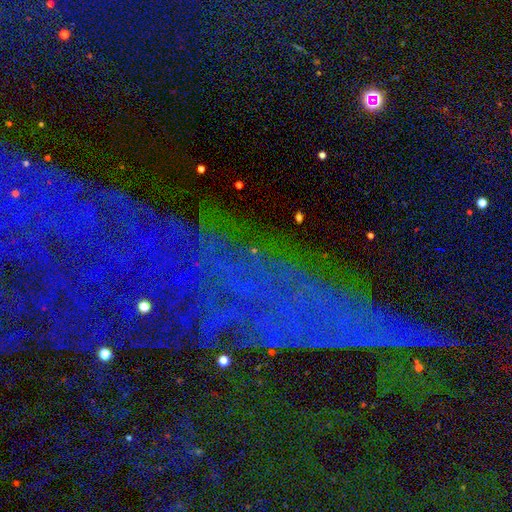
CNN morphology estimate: type=star or artifact (84%).